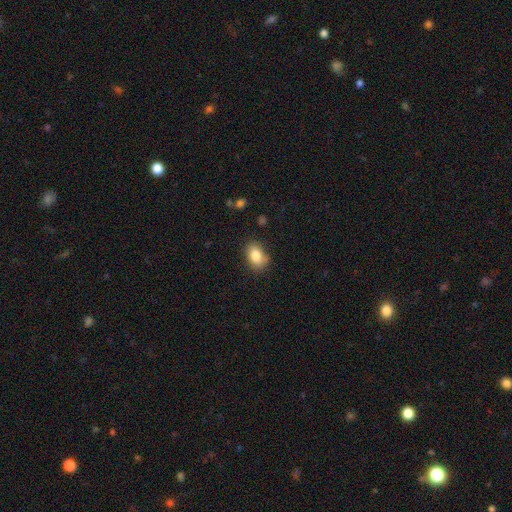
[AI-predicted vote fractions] smooth-or-featured: smooth: 83% | star or artifact: 9% | featured or disk: 8%
  how-rounded: in between: 79% | round: 20% | cigar-shaped: 1%
  merging: none: 76% | minor disturbance: 18% | major disturbance: 4% | merger: 2%